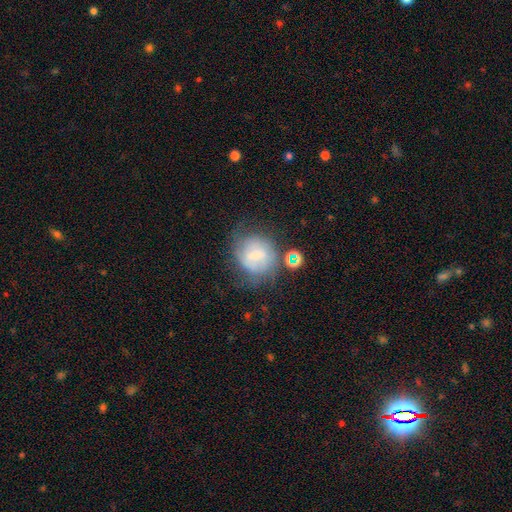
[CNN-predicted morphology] A smooth galaxy with no disk features (51%) that is round (72%). Merging: none (46%).